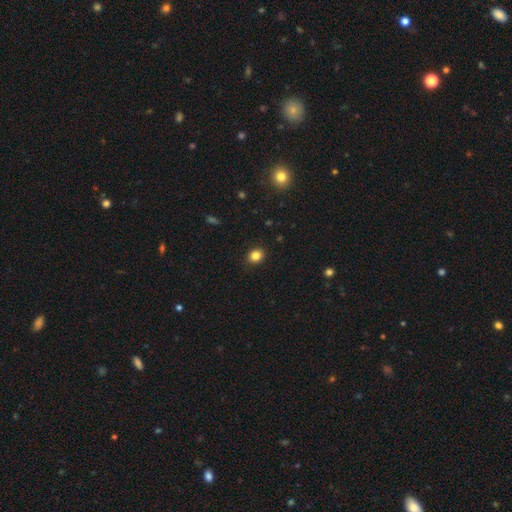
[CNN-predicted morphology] Smooth or featured: smooth — 84% (star or artifact — 11%)
How rounded: round — 66% (in between — 33%)
Merging: none — 90% (minor disturbance — 7%)